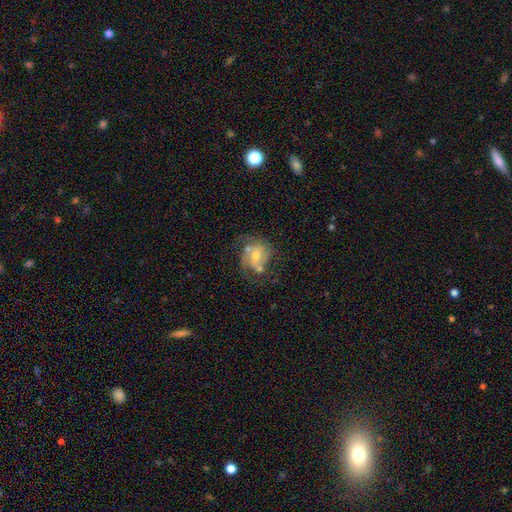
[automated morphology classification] Overall: featured or disk (66%). Edge-on disk: no (97%). Bar: no (51%; weak 39%). Spiral arms: yes (74%). Bulge size: moderate (55%; small 36%). Merging: none (49%; minor disturbance 20%).